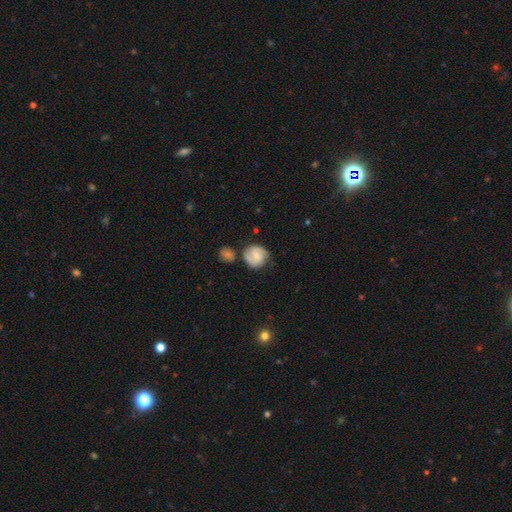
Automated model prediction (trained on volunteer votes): A featured or disk galaxy (57%) with a weak bar (45%), spiral arms (88%) and a small central bulge (53%).

Vote fractions:
- Smooth or featured? featured or disk: 57% / smooth: 36% / star or artifact: 7%
- Edge-on disk? no: 98% / yes: 2%
- Bar? weak: 45% / no: 44% / strong: 10%
- Spiral arms? yes: 88% / no: 12%
- Bulge size? small: 53% / moderate: 37% / none: 7% / large: 2% / dominant: 1%
- Merging? none: 66% / minor disturbance: 19% / merger: 9% / major disturbance: 5%